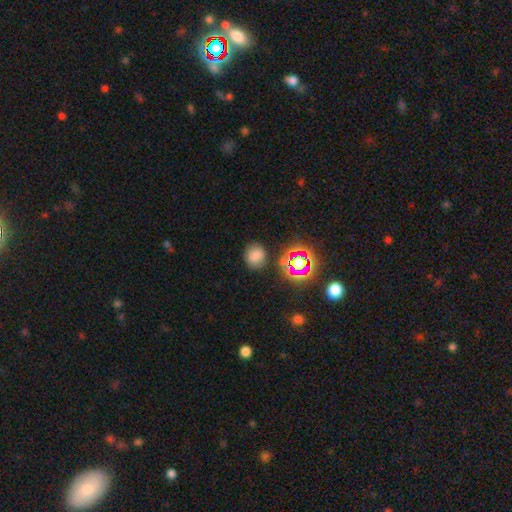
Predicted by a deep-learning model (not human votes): Q: Smooth or featured?
A: smooth (73%); runner-up: star or artifact (19%)
Q: How rounded?
A: round (75%); runner-up: in between (24%)
Q: Merging?
A: none (81%); runner-up: minor disturbance (12%)